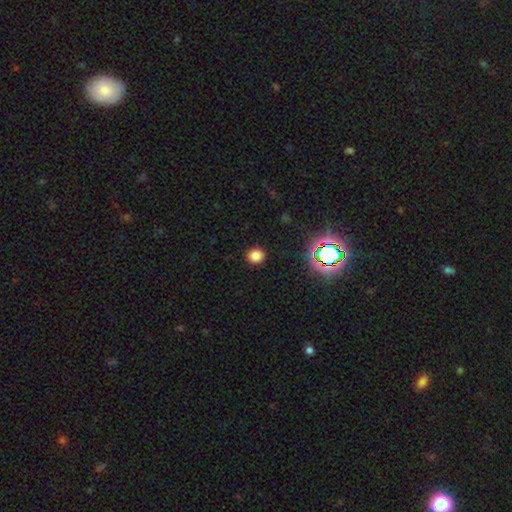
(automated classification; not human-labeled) Smooth or featured? Predicted: smooth (p=0.80). How rounded? Predicted: round (p=0.86). Merging? Predicted: none (p=0.91).